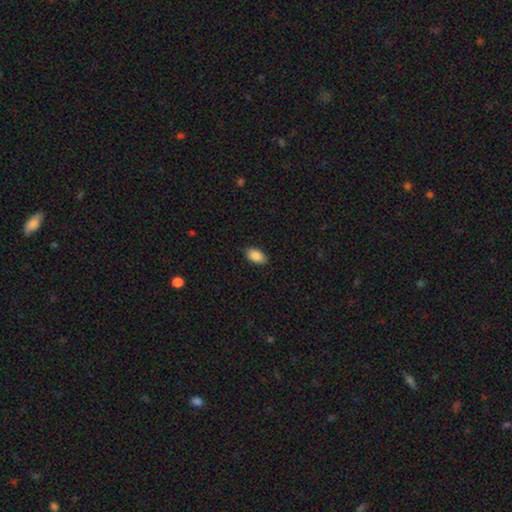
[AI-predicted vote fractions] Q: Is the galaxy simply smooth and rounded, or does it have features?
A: smooth — 88%.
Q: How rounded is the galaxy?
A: in between — 94%.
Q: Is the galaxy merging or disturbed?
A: none — 88%.